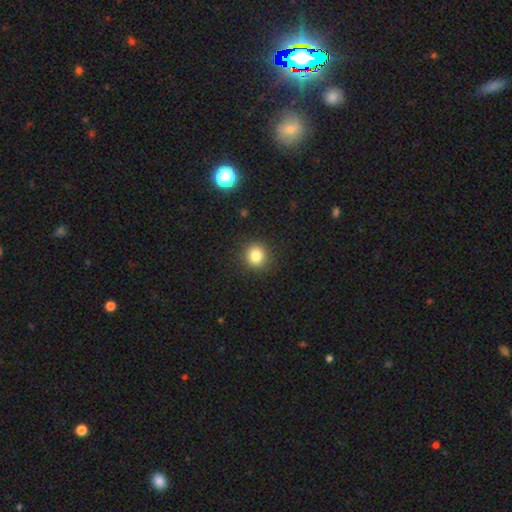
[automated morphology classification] smooth_or_featured: smooth (p=0.83) [alt: star or artifact p=0.12]
how_rounded: round (p=0.88) [alt: in between p=0.11]
merging: none (p=0.90) [alt: minor disturbance p=0.06]